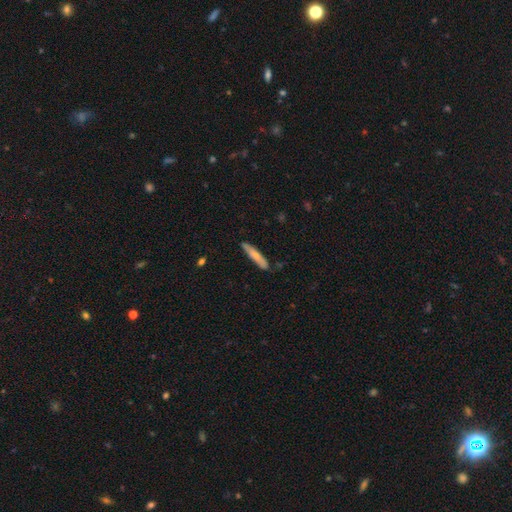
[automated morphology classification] A smooth galaxy with no disk features (71%) that is cigar-shaped (90%). Merging: none (83%).